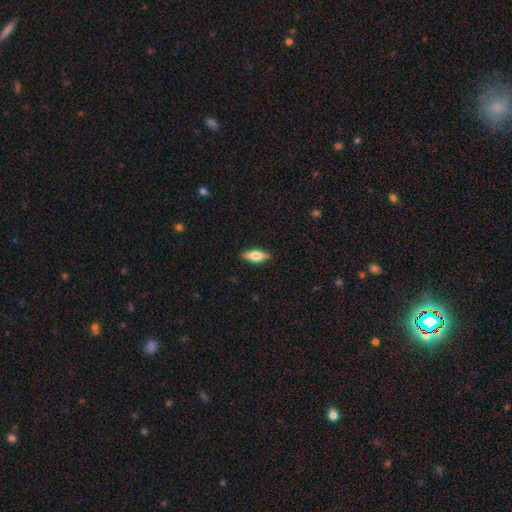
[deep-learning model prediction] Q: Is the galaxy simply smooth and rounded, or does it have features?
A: smooth — 62%.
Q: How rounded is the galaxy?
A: in between — 69%.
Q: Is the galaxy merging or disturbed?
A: none — 89%.